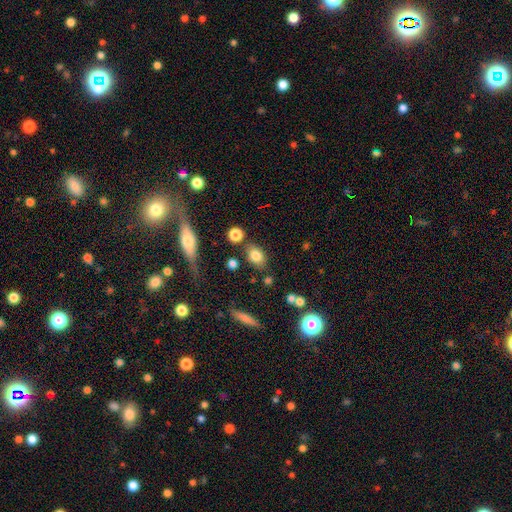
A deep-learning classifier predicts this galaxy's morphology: smooth 80%, featured or disk 10%, star or artifact 10%. Down the decision tree: how rounded — in between (75%); merging — none (73%).